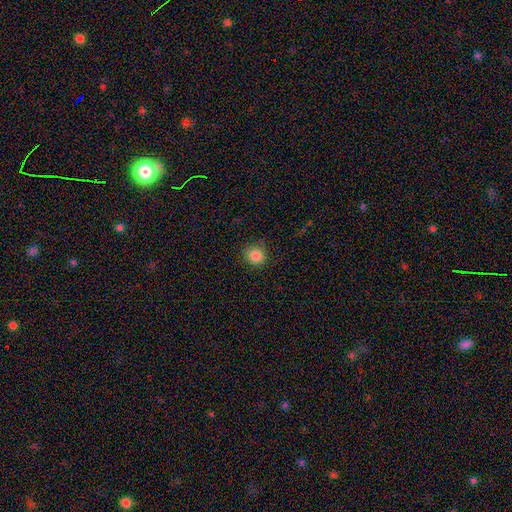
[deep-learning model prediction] smooth-or-featured: smooth: 85% | star or artifact: 11% | featured or disk: 4%
  how-rounded: round: 89% | in between: 10% | cigar-shaped: 1%
  merging: none: 87% | minor disturbance: 9% | major disturbance: 3% | merger: 1%